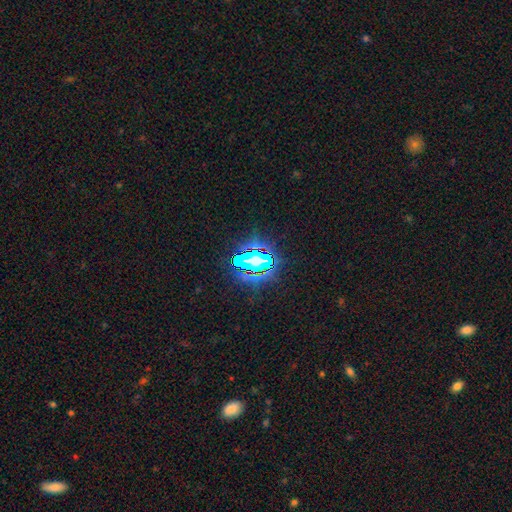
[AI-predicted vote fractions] Q: Smooth or featured?
A: star or artifact (60%); runner-up: smooth (25%)